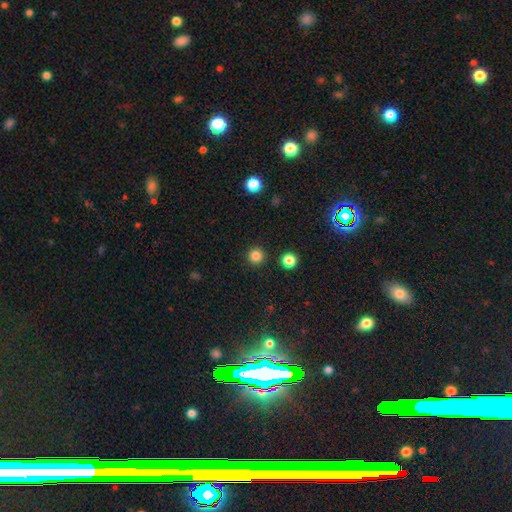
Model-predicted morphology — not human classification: smooth_or_featured: smooth (p=0.83) [alt: star or artifact p=0.14]
how_rounded: round (p=0.96) [alt: in between p=0.03]
merging: none (p=0.92) [alt: minor disturbance p=0.04]